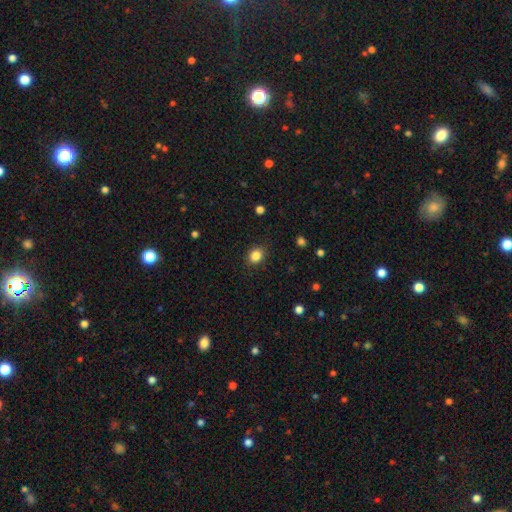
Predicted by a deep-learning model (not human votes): smooth_or_featured: smooth (p=0.85) [alt: star or artifact p=0.11]
how_rounded: round (p=0.64) [alt: in between p=0.35]
merging: none (p=0.89) [alt: minor disturbance p=0.08]